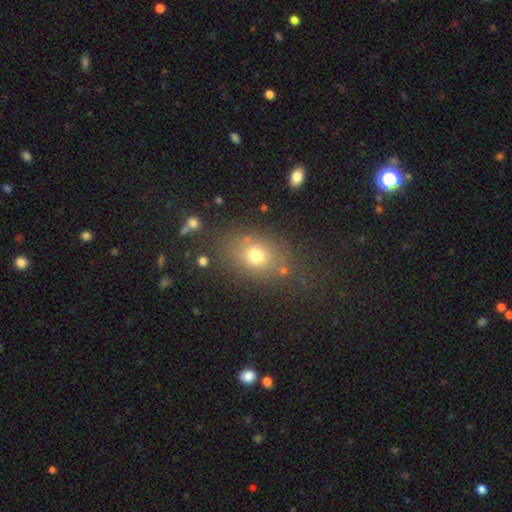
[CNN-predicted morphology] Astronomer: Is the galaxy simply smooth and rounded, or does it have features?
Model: smooth — 72%.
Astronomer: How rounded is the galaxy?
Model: in between — 58% (runner-up: round, 40%).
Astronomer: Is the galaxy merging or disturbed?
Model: none — 75%.